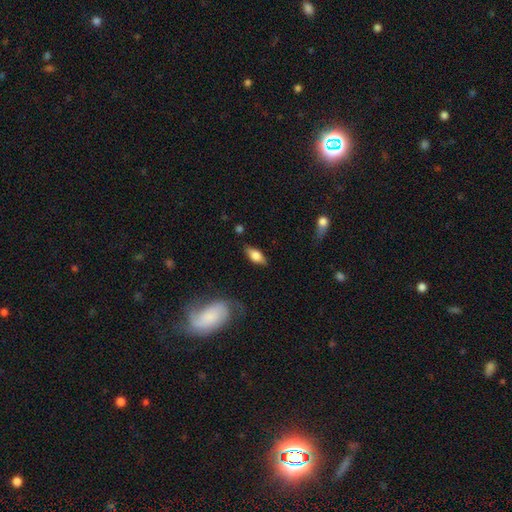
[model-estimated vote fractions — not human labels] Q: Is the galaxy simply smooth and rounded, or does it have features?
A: smooth — 60%.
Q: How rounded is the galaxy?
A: in between — 80%.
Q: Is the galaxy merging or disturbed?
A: none — 81%.